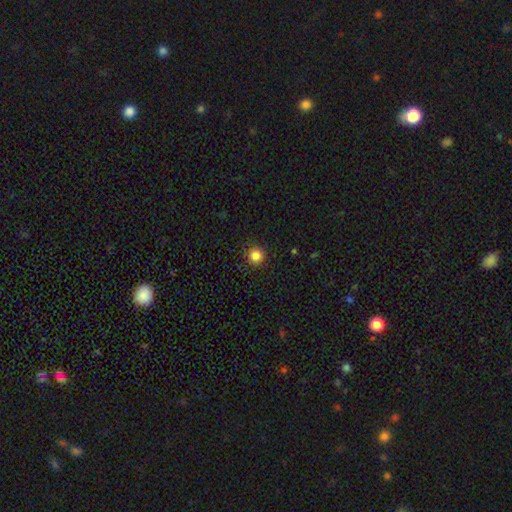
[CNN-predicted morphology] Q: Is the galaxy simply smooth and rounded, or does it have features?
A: smooth — 83%.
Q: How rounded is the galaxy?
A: round — 94%.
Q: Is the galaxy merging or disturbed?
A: none — 89%.